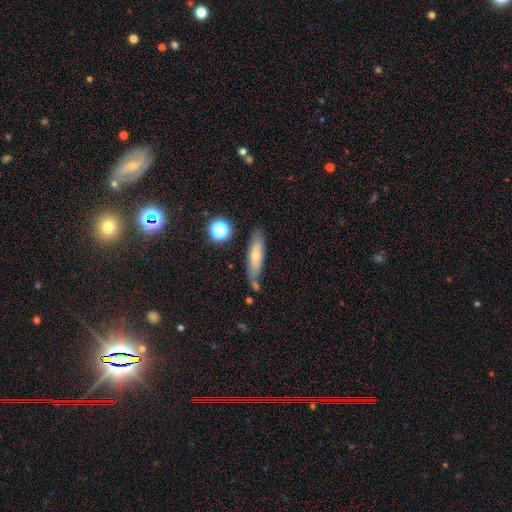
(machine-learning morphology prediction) type=smooth (64%); roundness=cigar-shaped (69%); merging=none (68%).